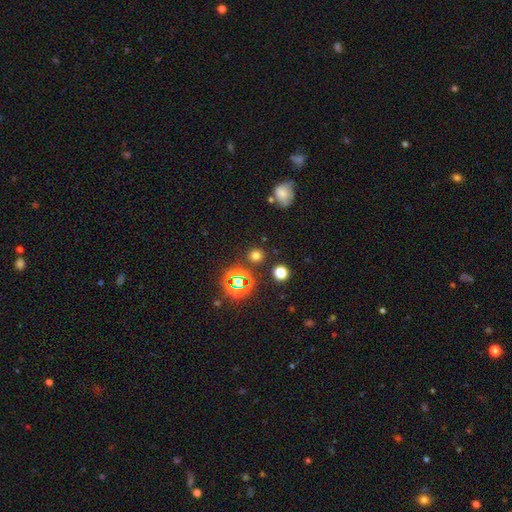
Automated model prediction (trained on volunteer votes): Overall: smooth (66%; star or artifact 28%). How rounded: round (87%). Merging: none (85%).